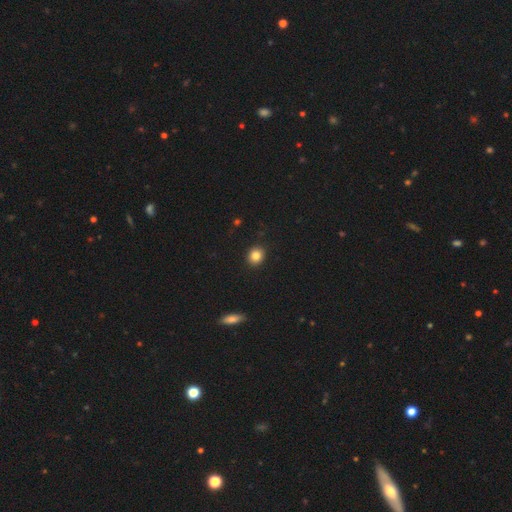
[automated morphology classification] smooth_or_featured: smooth (p=0.85) [alt: star or artifact p=0.10]
how_rounded: round (p=0.73) [alt: in between p=0.26]
merging: none (p=0.91) [alt: minor disturbance p=0.06]